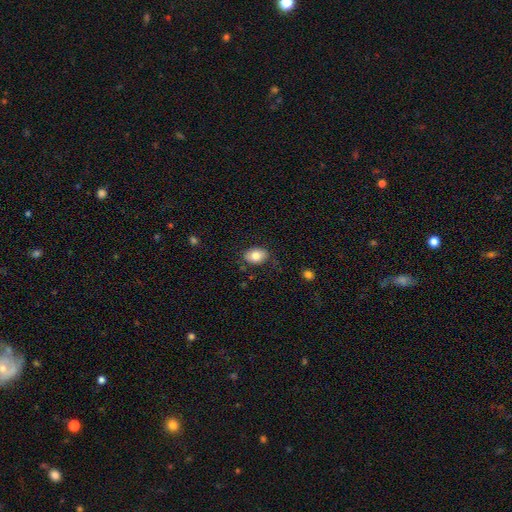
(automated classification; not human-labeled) The model was most divided on "how rounded": in between: 81%, round: 18%, cigar-shaped: 1%. More confident: merging — none (83%); smooth or featured — smooth (81%).